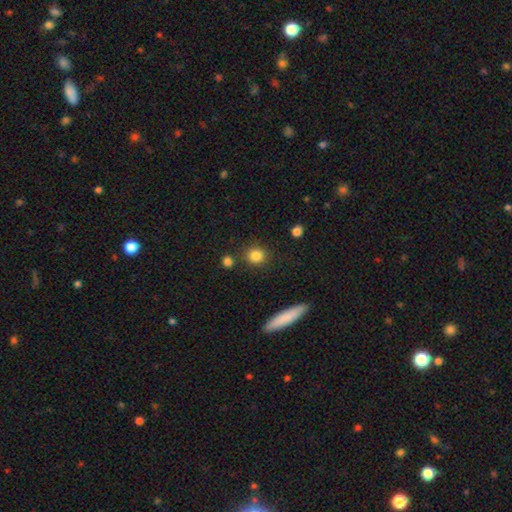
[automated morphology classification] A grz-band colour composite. It shows a smooth galaxy with no disk features (84%) that is round (84%). Merging: none (84%).